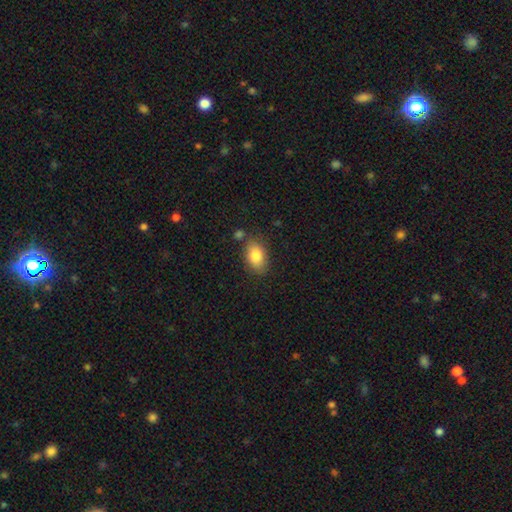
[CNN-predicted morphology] A smooth galaxy with no disk features (84%) that is in between round and cigar-shaped (87%). Merging: none (76%).